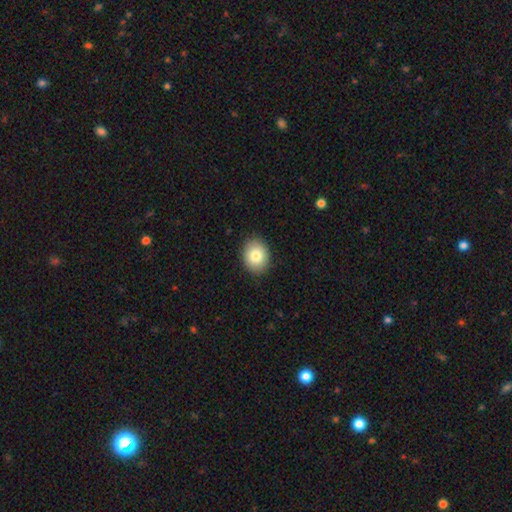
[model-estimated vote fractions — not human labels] Smooth or featured? smooth (82%)
How rounded? round (52%)
Merging? none (89%)